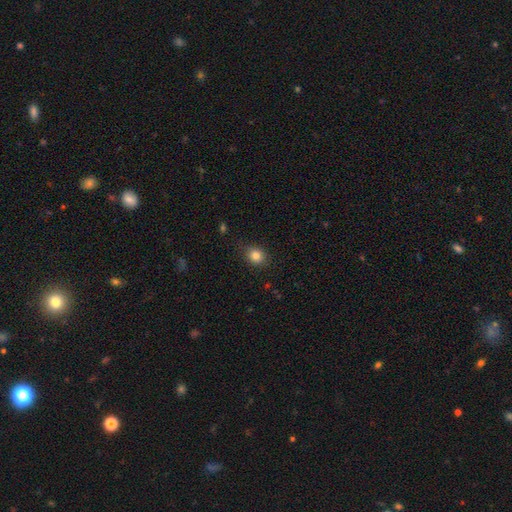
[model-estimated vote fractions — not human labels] This is clearly a smooth galaxy (83%). How rounded: likely round (69%). Merging: clearly none (84%).